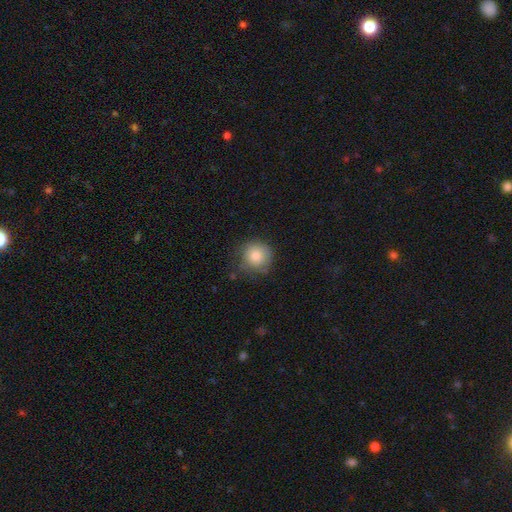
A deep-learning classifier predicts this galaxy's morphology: A smooth galaxy with no disk features (81%) that is round (92%).

Vote fractions:
- Smooth or featured? smooth: 81% / featured or disk: 10% / star or artifact: 9%
- How rounded? round: 92% / in between: 7% / cigar-shaped: 1%
- Merging? none: 71% / minor disturbance: 21% / major disturbance: 6% / merger: 2%